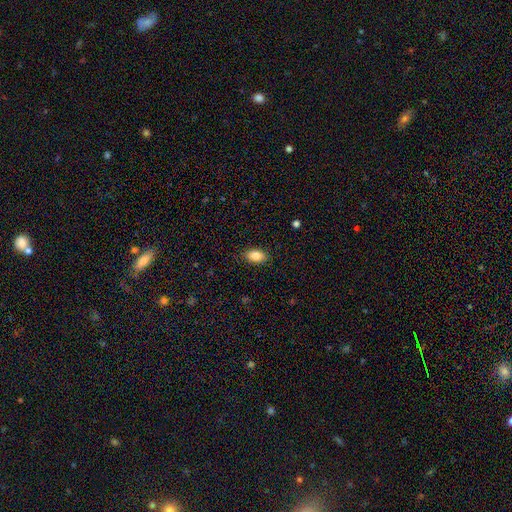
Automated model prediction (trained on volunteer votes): Smooth or featured? Predicted: smooth (p=0.87). How rounded? Predicted: in between (p=0.91). Merging? Predicted: none (p=0.87).